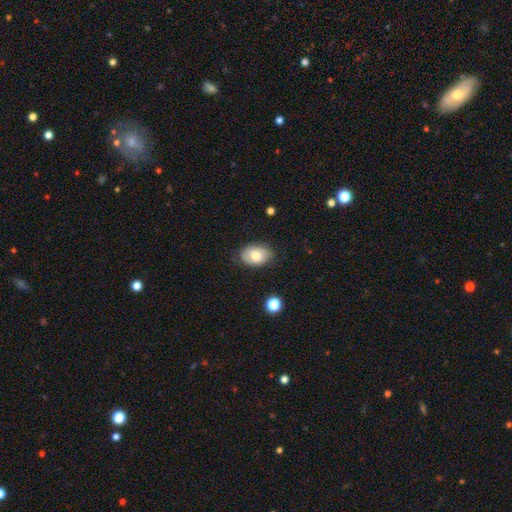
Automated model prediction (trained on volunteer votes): The model was most divided on "smooth or featured": smooth: 72%, featured or disk: 20%, star or artifact: 8%. More confident: how rounded — in between (84%); merging — none (79%).